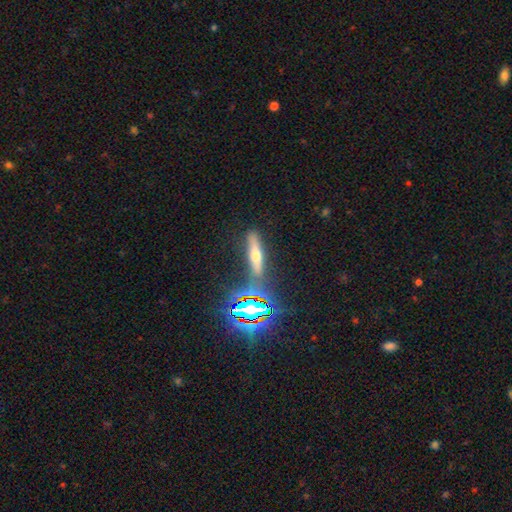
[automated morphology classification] type=smooth (40%); merging=none (80%).